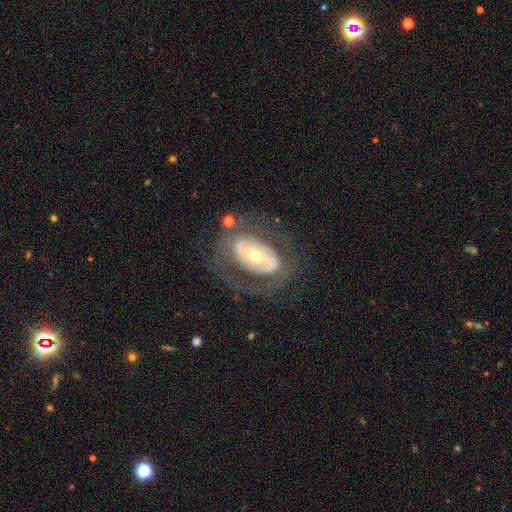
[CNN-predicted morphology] type=featured or disk (71%); edge-on=no (93%); bar=no (59%); spiral arms=no (52%); bulge=moderate (50%); merging=none (69%).